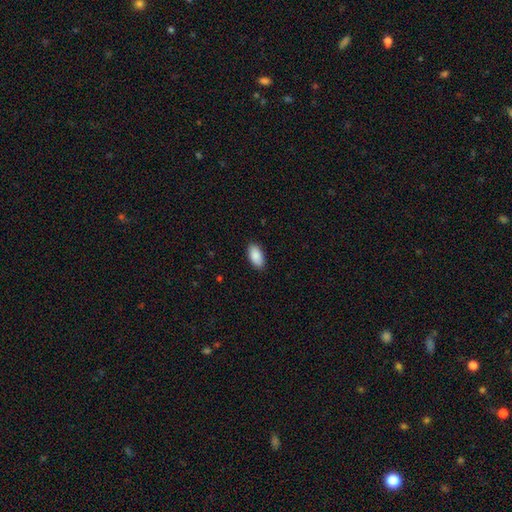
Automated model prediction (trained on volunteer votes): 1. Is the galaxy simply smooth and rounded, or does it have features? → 89% smooth, 6% star or artifact, 5% featured or disk.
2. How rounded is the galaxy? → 94% in between, 3% cigar-shaped, 2% round.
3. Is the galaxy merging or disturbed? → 89% none, 8% minor disturbance, 2% major disturbance, 1% merger.